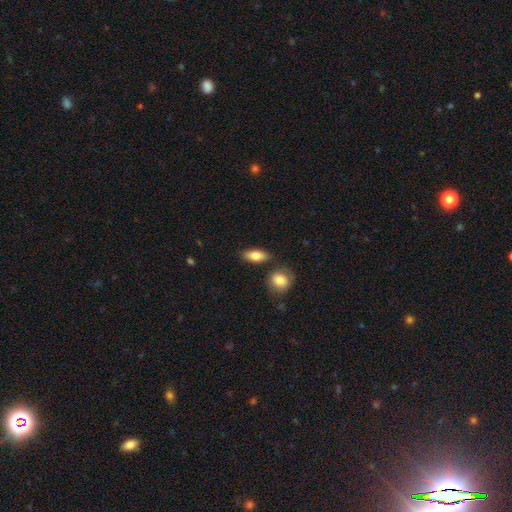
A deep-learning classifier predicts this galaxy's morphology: Q: Smooth or featured?
A: smooth (82%); runner-up: featured or disk (11%)
Q: How rounded?
A: in between (85%); runner-up: cigar-shaped (11%)
Q: Merging?
A: none (78%); runner-up: minor disturbance (11%)